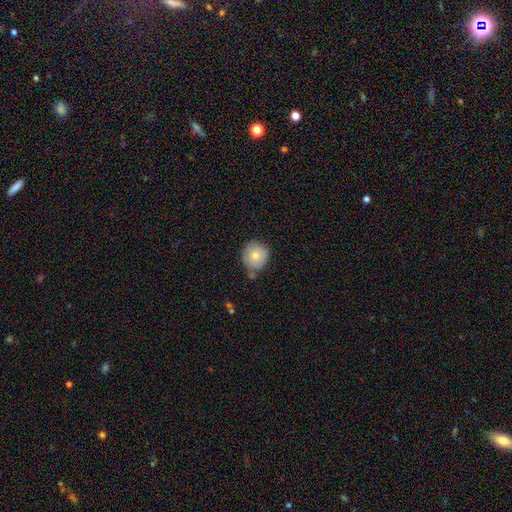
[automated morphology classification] Q: Smooth or featured?
A: smooth (80%); runner-up: featured or disk (12%)
Q: How rounded?
A: round (89%); runner-up: in between (10%)
Q: Merging?
A: none (65%); runner-up: minor disturbance (23%)